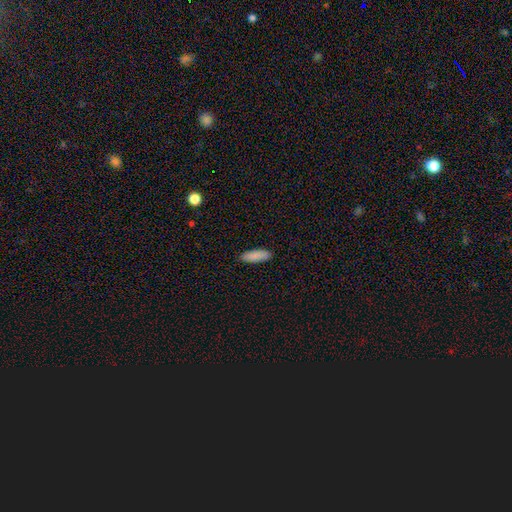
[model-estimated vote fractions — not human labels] smooth-or-featured: smooth: 88% | star or artifact: 6% | featured or disk: 5%
  how-rounded: in between: 56% | cigar-shaped: 43% | round: 2%
  merging: none: 89% | minor disturbance: 8% | major disturbance: 2% | merger: 1%